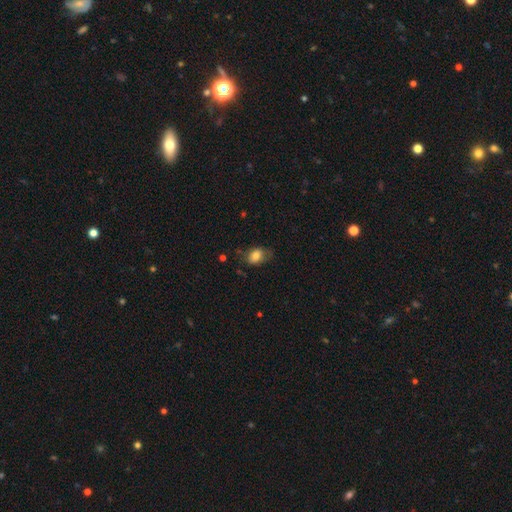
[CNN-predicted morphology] The model was most divided on "merging": none: 57%, minor disturbance: 29%, major disturbance: 13%, merger: 2%. More confident: smooth or featured — smooth (79%); how rounded — in between (76%).